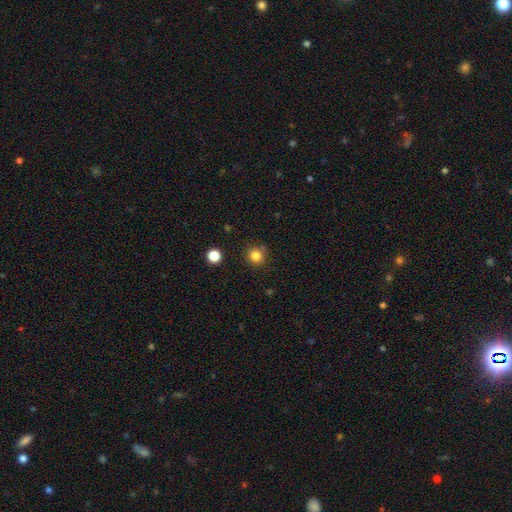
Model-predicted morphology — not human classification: Smooth or featured? Predicted: smooth (p=0.83). How rounded? Predicted: round (p=0.92). Merging? Predicted: none (p=0.83).